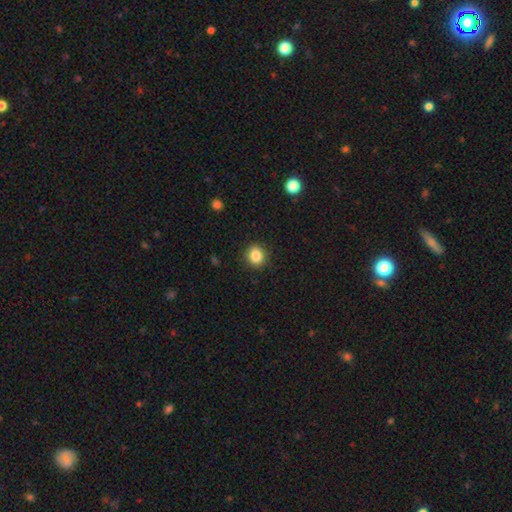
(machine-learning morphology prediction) This appears to be a smooth galaxy with no disk features (86%) that is round (78%). Merging: none (89%).